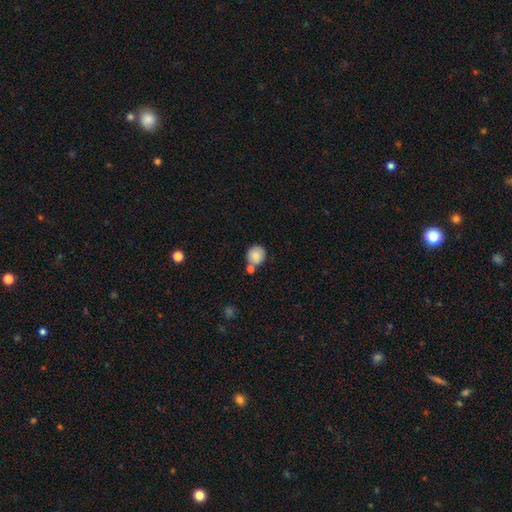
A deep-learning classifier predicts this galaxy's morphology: A smooth galaxy with no disk features (81%) that is round (85%).

Vote fractions:
- Smooth or featured? smooth: 81% / featured or disk: 10% / star or artifact: 8%
- How rounded? round: 85% / in between: 14% / cigar-shaped: 1%
- Merging? none: 61% / merger: 23% / minor disturbance: 13% / major disturbance: 3%